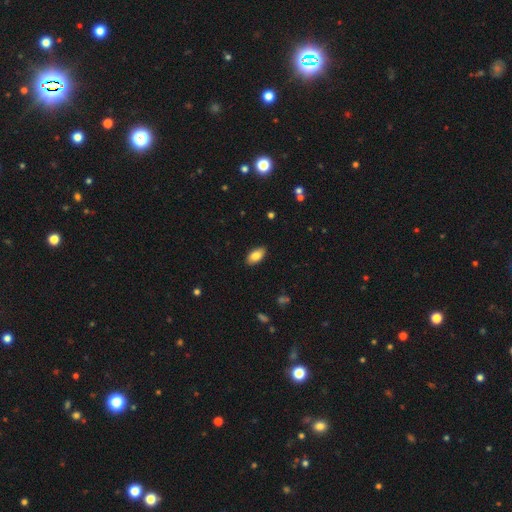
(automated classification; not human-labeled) This appears to be a smooth galaxy with no disk features (84%) that is in between round and cigar-shaped (93%). Merging: none (88%).